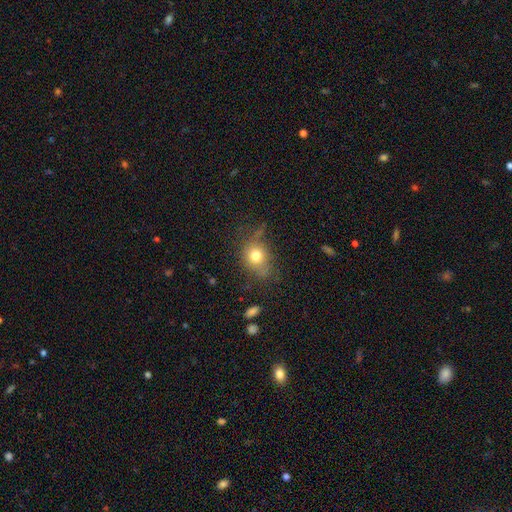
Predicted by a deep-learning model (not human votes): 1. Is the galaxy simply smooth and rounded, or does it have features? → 75% smooth, 13% star or artifact, 12% featured or disk.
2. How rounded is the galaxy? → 60% round, 39% in between, 1% cigar-shaped.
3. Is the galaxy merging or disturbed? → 64% none, 23% minor disturbance, 10% major disturbance, 3% merger.